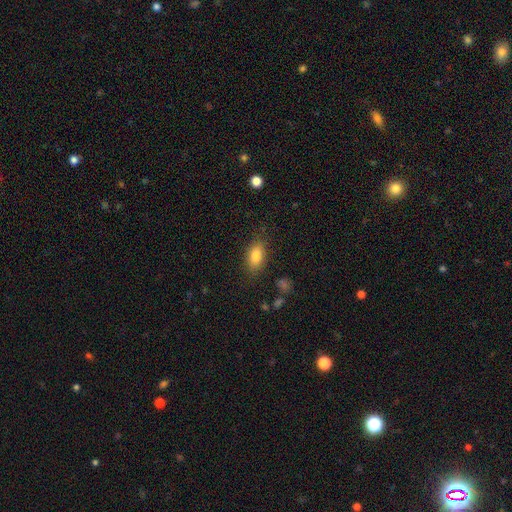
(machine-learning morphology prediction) Smooth or featured? smooth (84%)
How rounded? in between (88%)
Merging? none (82%)